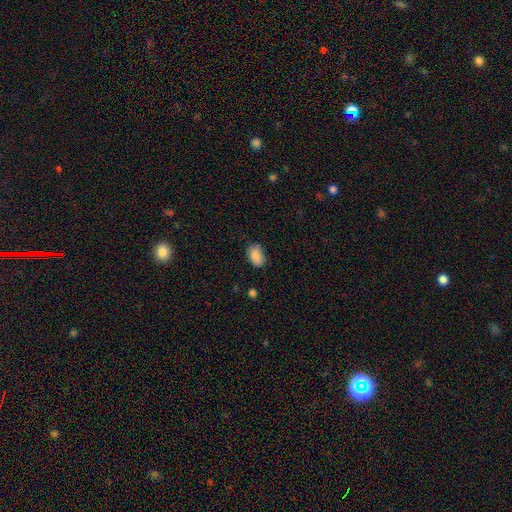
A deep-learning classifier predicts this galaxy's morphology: Smooth or featured? Predicted: smooth (p=0.88). How rounded? Predicted: in between (p=0.88). Merging? Predicted: none (p=0.74).